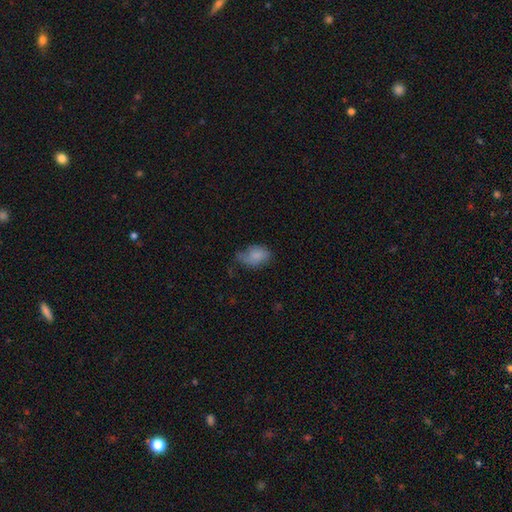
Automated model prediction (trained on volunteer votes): smooth_or_featured: smooth (p=0.79) [alt: featured or disk p=0.12]
how_rounded: in between (p=0.83) [alt: round p=0.16]
merging: none (p=0.40) [alt: minor disturbance p=0.37]